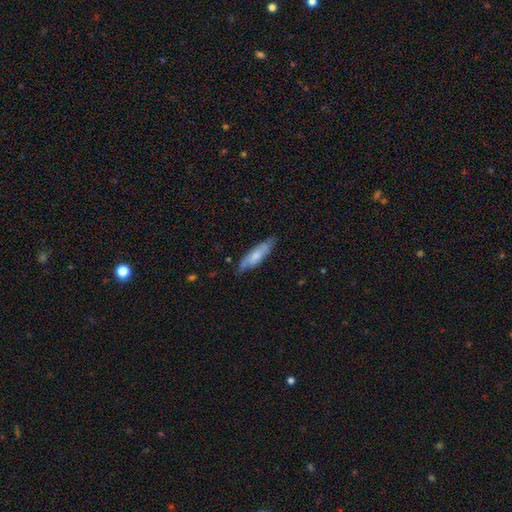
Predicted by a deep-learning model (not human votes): This appears to be a smooth galaxy with no disk features (59%) that is cigar-shaped (61%). Merging: none (73%).